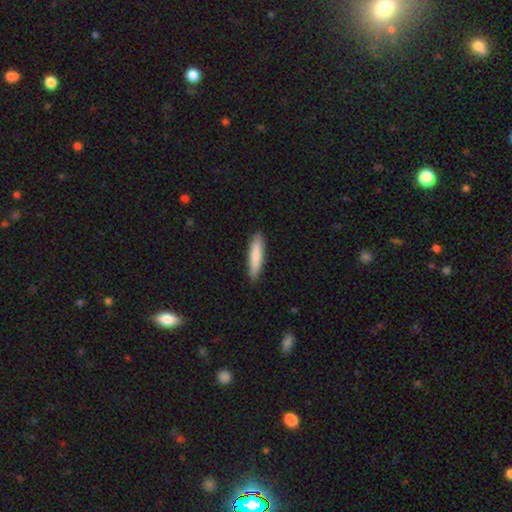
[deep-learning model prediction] Smooth or featured? Predicted: smooth (p=0.82). How rounded? Predicted: cigar-shaped (p=0.80). Merging? Predicted: none (p=0.90).